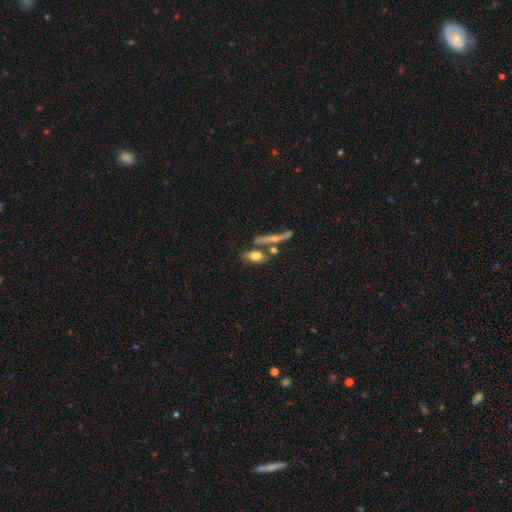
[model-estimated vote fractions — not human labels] Smooth or featured? Predicted: smooth (p=0.69). How rounded? Predicted: in between (p=0.74). Merging? Predicted: none (p=0.55).